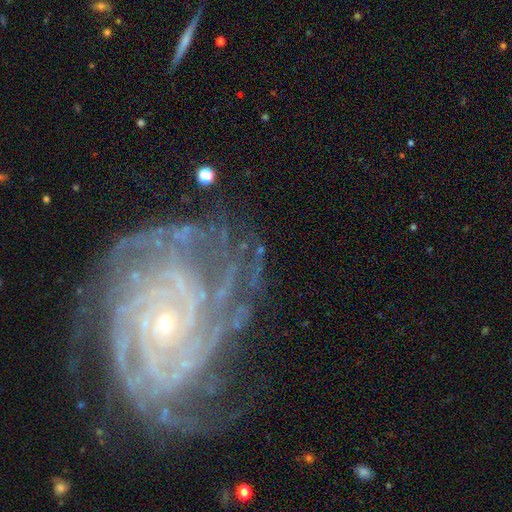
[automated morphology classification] This is clearly a featured or disk galaxy (89%). It is clearly not viewed edge-on (97%). Bar: likely no (74%). Spiral arm pattern: clearly yes (98%). Spiral arm count: marginally more than 4 (25%). Spiral winding: likely tight (79%). Central bulge: clearly small (82%). Merging: likely none (66%).